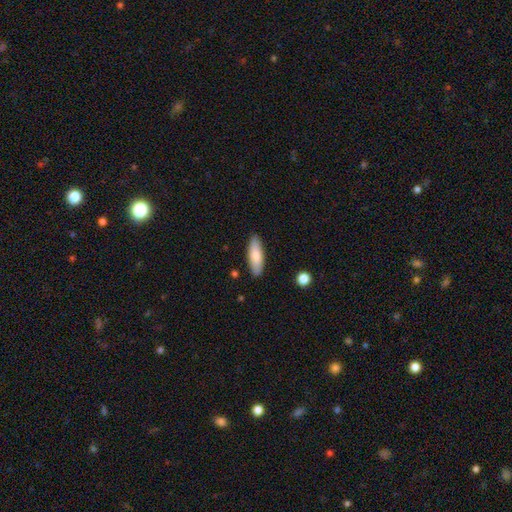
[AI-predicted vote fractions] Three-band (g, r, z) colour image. It shows a smooth galaxy with no disk features (79%) that is in between round and cigar-shaped (56%). Merging: none (88%).